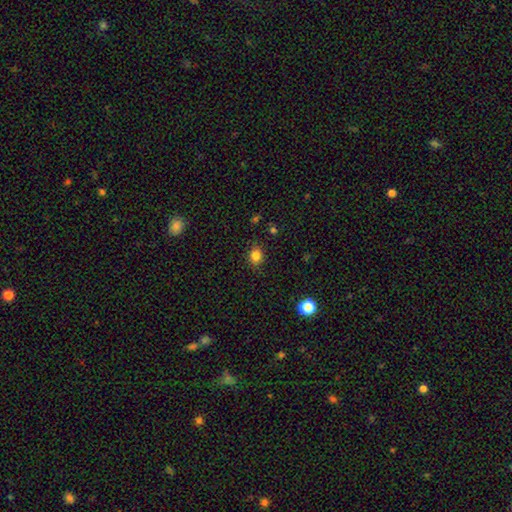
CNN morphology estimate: smooth_or_featured: smooth (p=0.83) [alt: star or artifact p=0.12]
how_rounded: round (p=0.61) [alt: in between p=0.38]
merging: none (p=0.87) [alt: minor disturbance p=0.10]